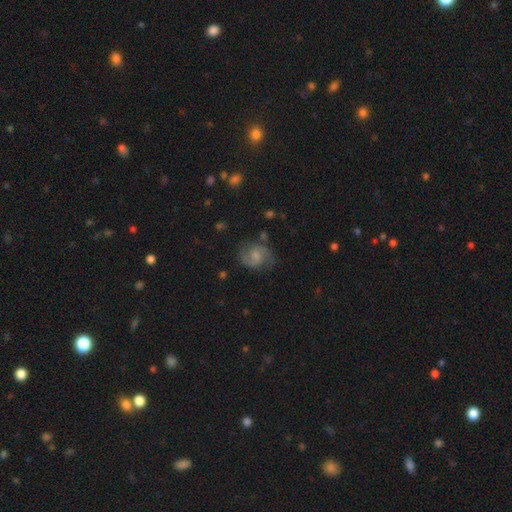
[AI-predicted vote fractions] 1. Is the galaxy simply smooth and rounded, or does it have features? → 71% featured or disk, 22% smooth, 8% star or artifact.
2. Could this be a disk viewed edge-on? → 98% no, 2% yes.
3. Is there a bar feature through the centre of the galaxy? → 50% weak, 41% no, 9% strong.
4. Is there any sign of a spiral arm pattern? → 93% yes, 7% no.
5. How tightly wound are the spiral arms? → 54% medium, 27% loose, 19% tight.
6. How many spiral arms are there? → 87% 2, 6% can't tell, 3% 1, 2% 3, 1% 4, 1% more than 4.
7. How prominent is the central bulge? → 47% small, 30% moderate, 19% none, 4% large, 1% dominant.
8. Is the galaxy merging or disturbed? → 69% none, 19% minor disturbance, 9% major disturbance, 3% merger.